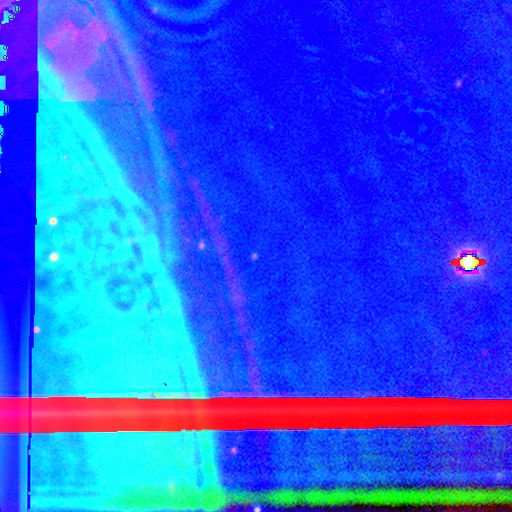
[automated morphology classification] smooth-or-featured: star or artifact: 86% | featured or disk: 7% | smooth: 6%